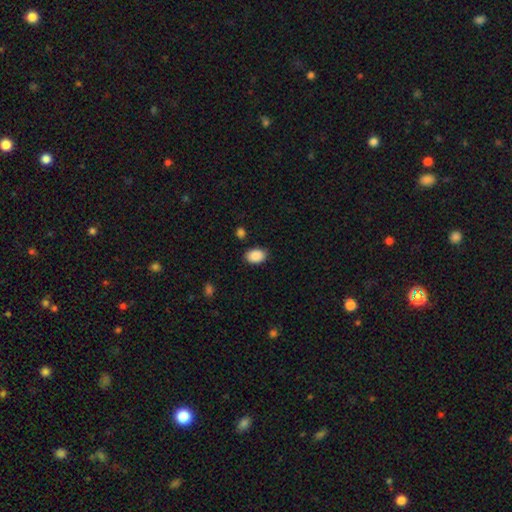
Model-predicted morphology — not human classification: type=smooth (90%); roundness=in between (81%); merging=none (84%).